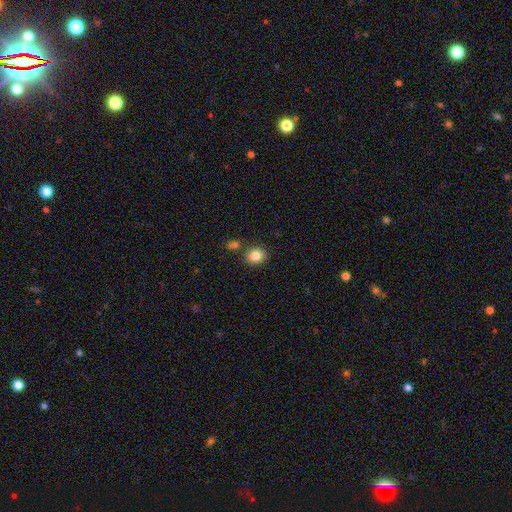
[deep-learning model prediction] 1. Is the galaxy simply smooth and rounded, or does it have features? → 83% smooth, 10% star or artifact, 6% featured or disk.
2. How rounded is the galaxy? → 71% round, 28% in between, 1% cigar-shaped.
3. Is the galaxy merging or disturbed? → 80% none, 10% minor disturbance, 7% merger, 3% major disturbance.